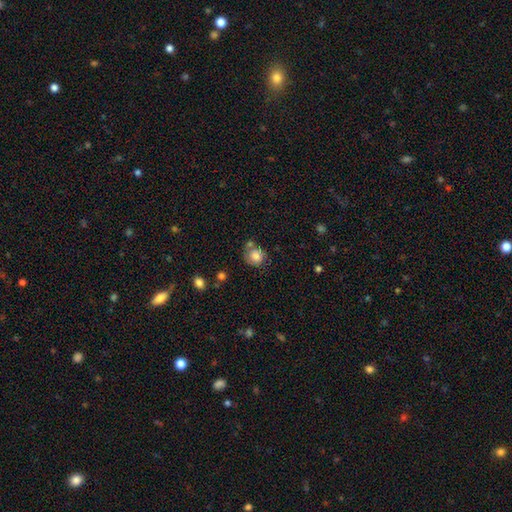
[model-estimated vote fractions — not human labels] Smooth or featured?
  - smooth: 77% *
  - featured or disk: 14%
  - star or artifact: 9%
How rounded?
  - round: 80% *
  - in between: 19%
  - cigar-shaped: 1%
Merging?
  - none: 55% *
  - minor disturbance: 20%
  - merger: 18%
  - major disturbance: 7%